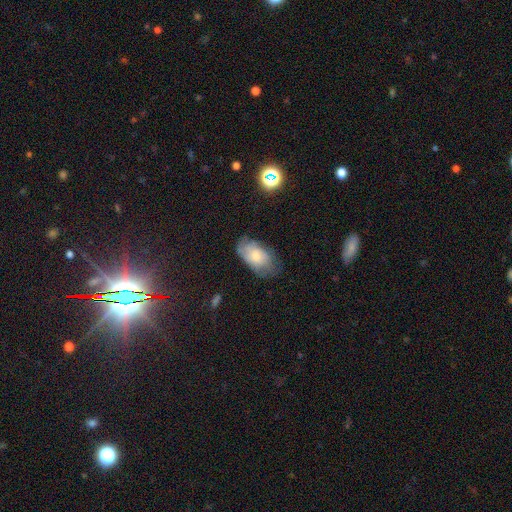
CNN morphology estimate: Smooth or featured? smooth (57%)
How rounded? in between (92%)
Merging? none (58%)